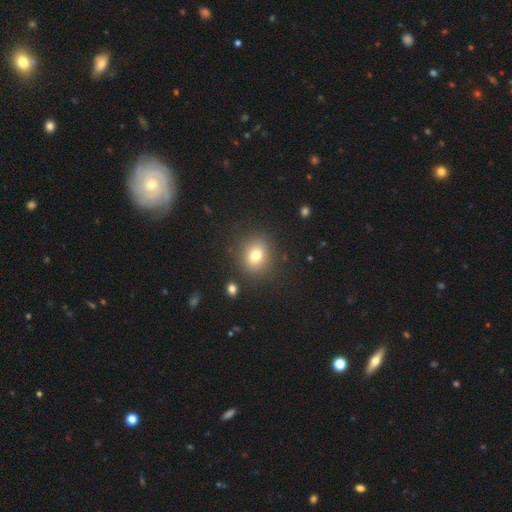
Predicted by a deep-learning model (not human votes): This is likely a smooth galaxy (77%). How rounded: likely round (71%). Merging: clearly none (86%).